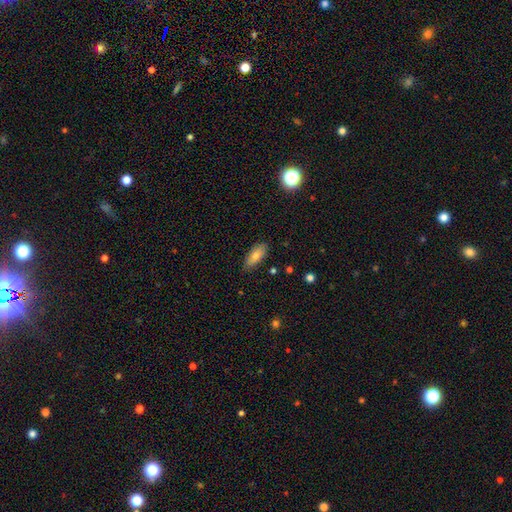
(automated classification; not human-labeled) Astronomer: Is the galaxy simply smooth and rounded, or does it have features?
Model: smooth — 78%.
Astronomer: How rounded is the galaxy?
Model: in between — 79%.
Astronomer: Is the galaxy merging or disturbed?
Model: none — 84%.